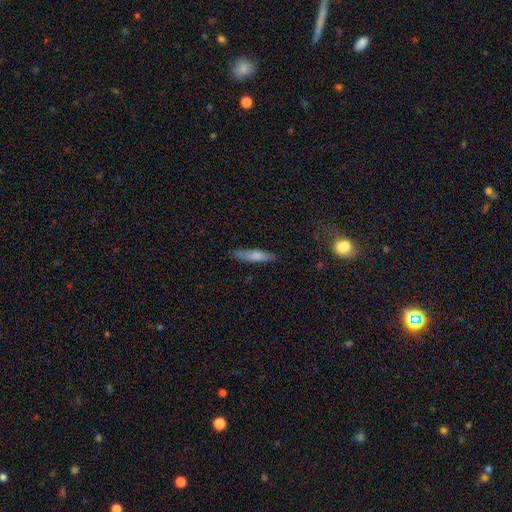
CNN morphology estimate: A smooth galaxy with no disk features (74%) that is cigar-shaped (75%).

Vote fractions:
- Smooth or featured? smooth: 74% / featured or disk: 20% / star or artifact: 6%
- How rounded? cigar-shaped: 75% / in between: 24% / round: 2%
- Merging? none: 82% / minor disturbance: 14% / major disturbance: 3% / merger: 1%